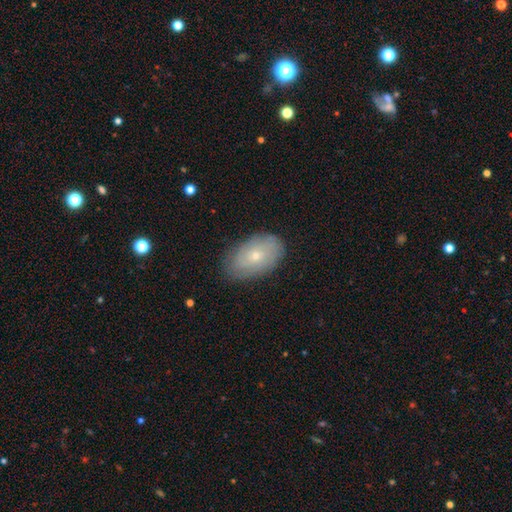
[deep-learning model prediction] Smooth or featured? Predicted: smooth (p=0.51). How rounded? Predicted: in between (p=0.91). Merging? Predicted: none (p=0.80).